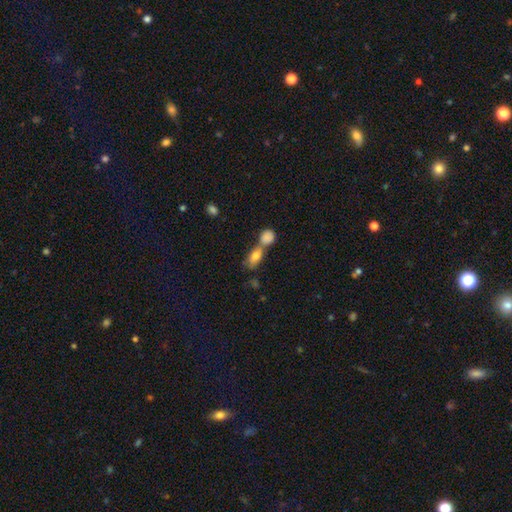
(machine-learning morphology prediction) smooth-or-featured: smooth: 76% | featured or disk: 14% | star or artifact: 10%
  how-rounded: in between: 76% | round: 14% | cigar-shaped: 9%
  merging: merger: 55% | none: 31% | minor disturbance: 9% | major disturbance: 5%